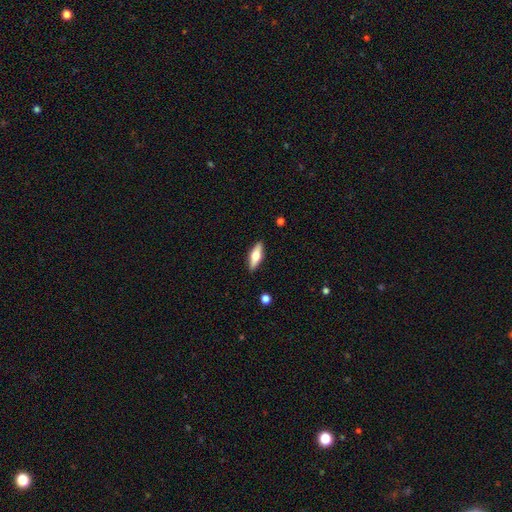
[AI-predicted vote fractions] Q: Smooth or featured?
A: smooth (49%); runner-up: featured or disk (45%)
Q: Merging?
A: none (89%); runner-up: minor disturbance (8%)